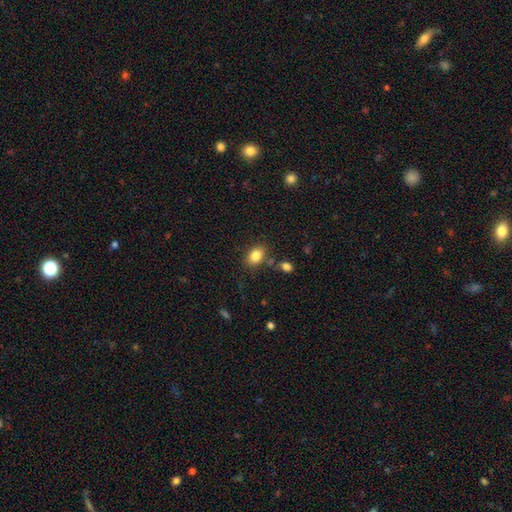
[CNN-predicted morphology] This is clearly a smooth galaxy (84%). How rounded: clearly in between (82%). Merging: likely none (77%).